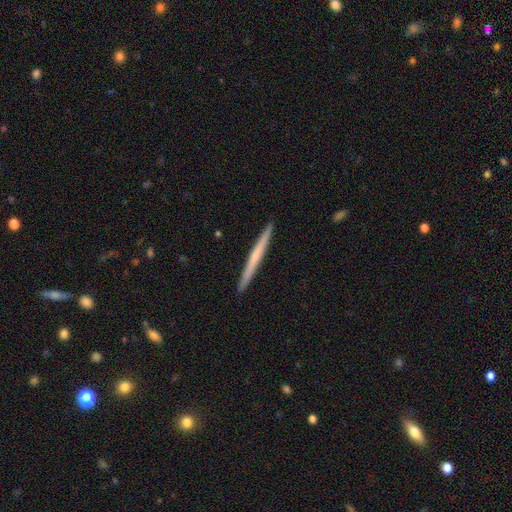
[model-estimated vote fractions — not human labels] Smooth or featured? Predicted: featured or disk (p=0.50). Merging? Predicted: none (p=0.93).